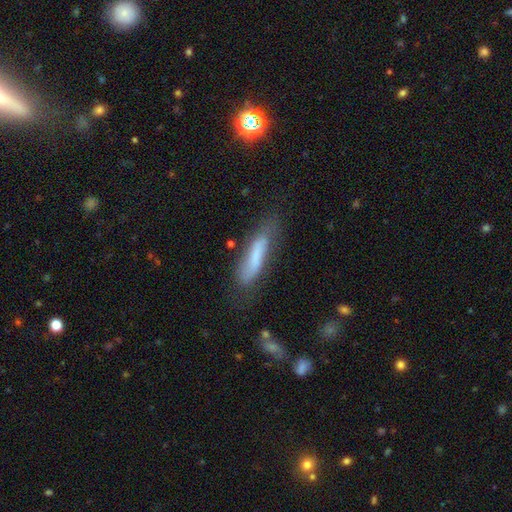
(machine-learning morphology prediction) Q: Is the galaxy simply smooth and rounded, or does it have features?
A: smooth — 63%.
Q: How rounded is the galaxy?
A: cigar-shaped — 80%.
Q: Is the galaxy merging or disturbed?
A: none — 62%.